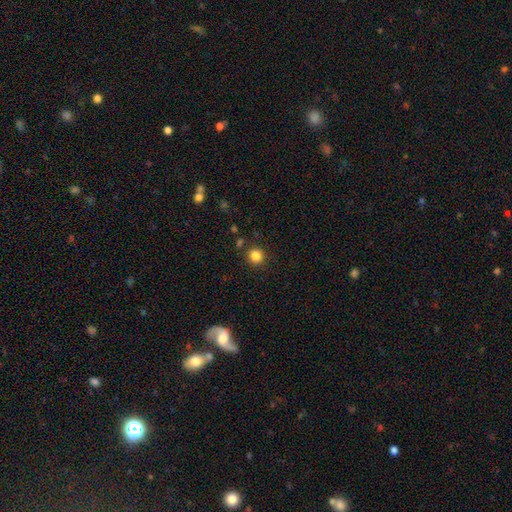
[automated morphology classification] This appears to be a smooth galaxy with no disk features (84%) that is round (93%). Merging: none (89%).